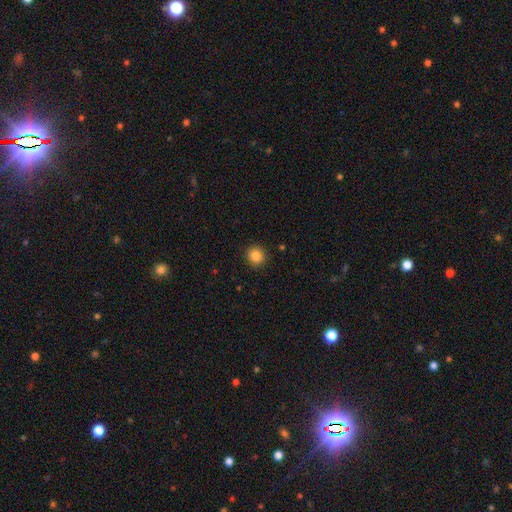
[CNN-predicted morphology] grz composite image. It shows a smooth galaxy with no disk features (86%) that is round (92%). Merging: none (91%).